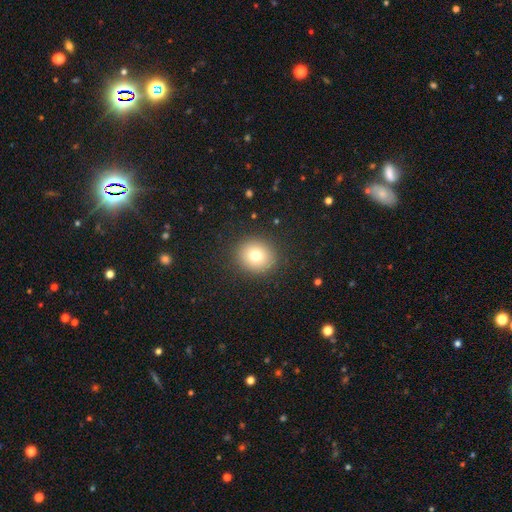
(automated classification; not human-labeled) Smooth or featured? Predicted: smooth (p=0.76). How rounded? Predicted: round (p=0.85). Merging? Predicted: none (p=0.90).